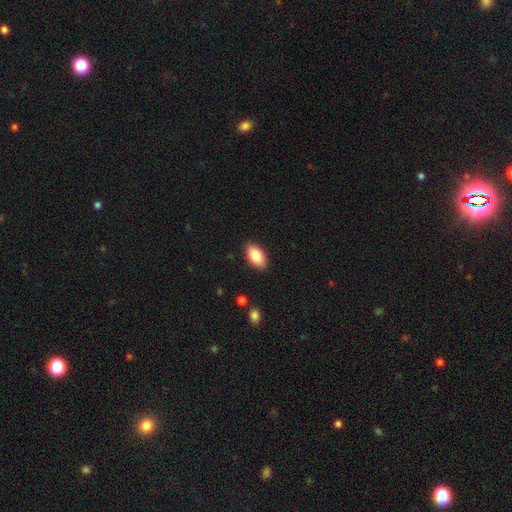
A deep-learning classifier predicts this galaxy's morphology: Smooth or featured? smooth (85%)
How rounded? in between (94%)
Merging? none (88%)